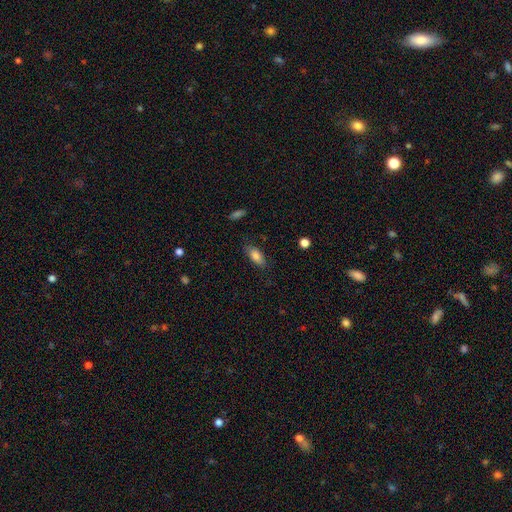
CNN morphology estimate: smooth-or-featured: smooth: 82% | featured or disk: 10% | star or artifact: 7%
  how-rounded: in between: 87% | cigar-shaped: 10% | round: 3%
  merging: none: 78% | minor disturbance: 17% | major disturbance: 4% | merger: 1%